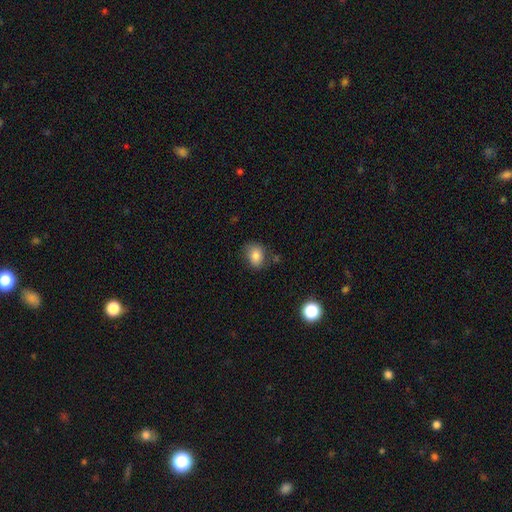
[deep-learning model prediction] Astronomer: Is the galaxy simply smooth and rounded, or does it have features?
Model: smooth — 81%.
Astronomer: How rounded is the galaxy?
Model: in between — 54% (runner-up: round, 45%).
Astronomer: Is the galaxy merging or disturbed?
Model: none — 72%.